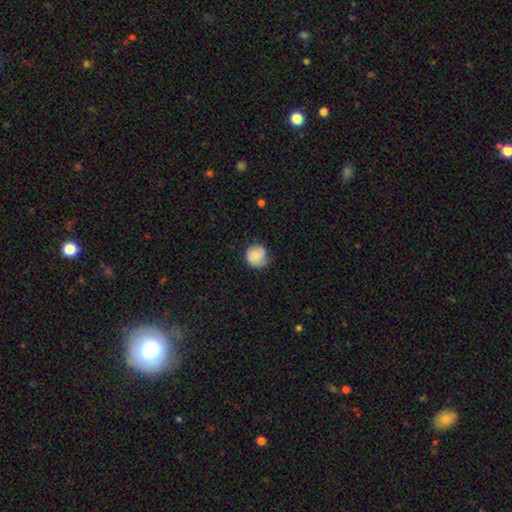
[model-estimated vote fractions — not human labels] Smooth or featured?
  - smooth: 65% *
  - featured or disk: 28%
  - star or artifact: 7%
How rounded?
  - round: 87% *
  - in between: 12%
  - cigar-shaped: 1%
Merging?
  - none: 66% *
  - minor disturbance: 25%
  - major disturbance: 8%
  - merger: 1%